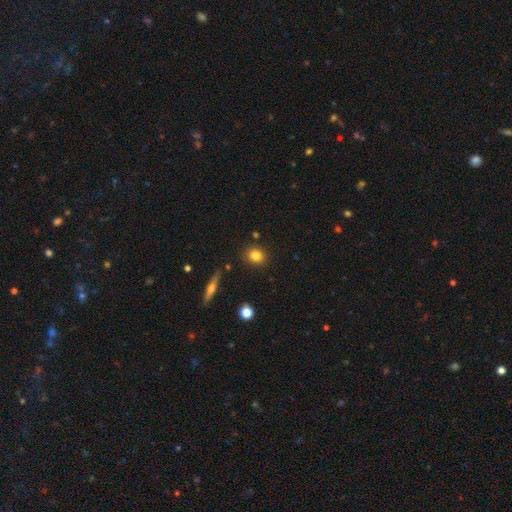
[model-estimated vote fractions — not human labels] Smooth or featured? smooth (82%)
How rounded? round (71%)
Merging? none (86%)